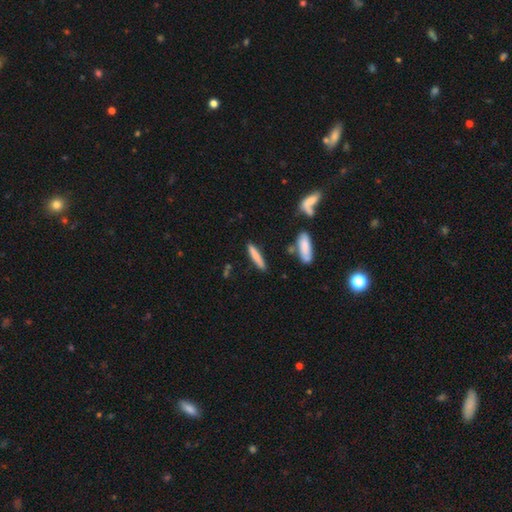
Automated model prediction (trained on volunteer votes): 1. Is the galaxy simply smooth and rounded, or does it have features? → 77% smooth, 17% featured or disk, 6% star or artifact.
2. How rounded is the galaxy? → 90% cigar-shaped, 8% in between, 2% round.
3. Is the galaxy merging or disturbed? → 83% none, 10% minor disturbance, 4% merger, 2% major disturbance.